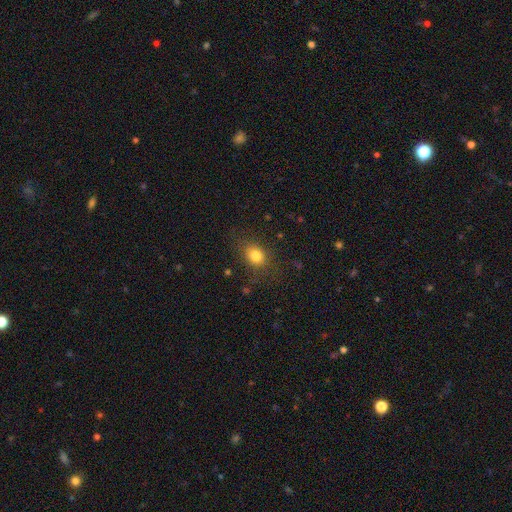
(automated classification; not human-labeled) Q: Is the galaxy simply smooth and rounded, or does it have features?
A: smooth — 81%.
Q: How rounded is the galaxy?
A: in between — 50%.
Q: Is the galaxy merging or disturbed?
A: none — 80%.